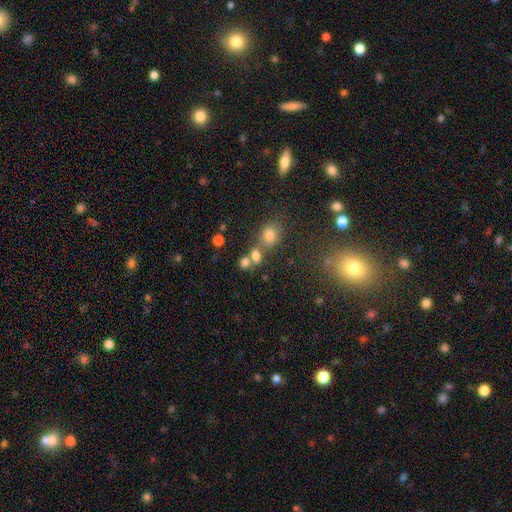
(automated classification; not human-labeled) Morphology: type=smooth (73%); roundness=round (52%); merging=merger (43%).